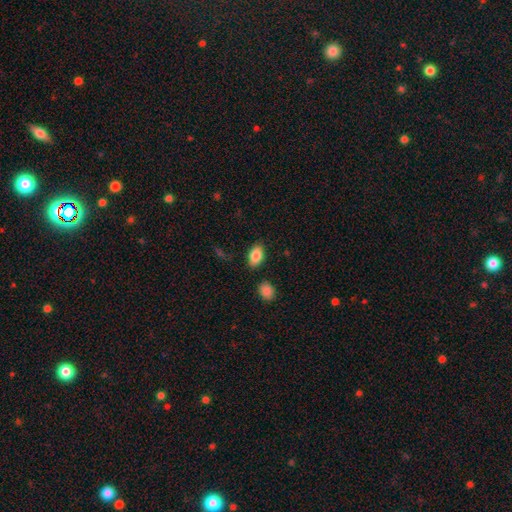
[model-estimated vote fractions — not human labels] Smooth or featured?
  - smooth: 85% *
  - featured or disk: 7%
  - star or artifact: 7%
How rounded?
  - in between: 91% *
  - round: 7%
  - cigar-shaped: 2%
Merging?
  - none: 85% *
  - minor disturbance: 10%
  - merger: 3%
  - major disturbance: 3%